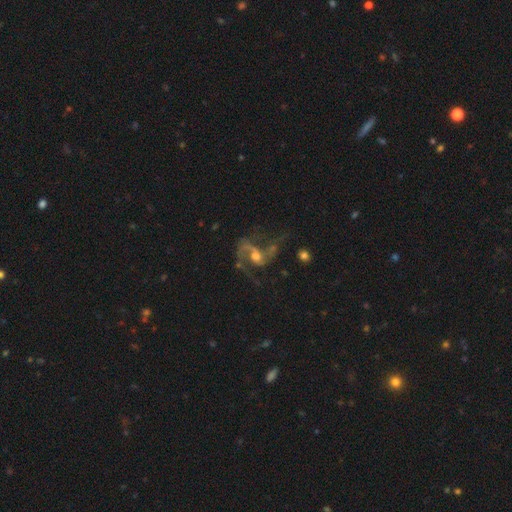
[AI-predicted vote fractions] Overall: featured or disk (82%). Edge-on disk: no (97%). Bar: no (51%; weak 38%). Spiral arms: yes (91%). Spiral arm count: 2 (75%). Spiral winding: loose (55%; medium 37%). Bulge size: moderate (54%; small 22%). Merging: none (37%, tied with major disturbance).